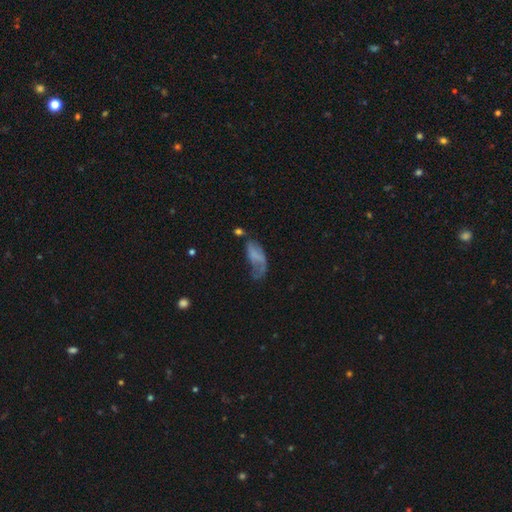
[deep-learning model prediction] smooth 51%, featured or disk 38%, star or artifact 11%. Down the decision tree: how rounded — in between (86%); merging — major disturbance (41%).